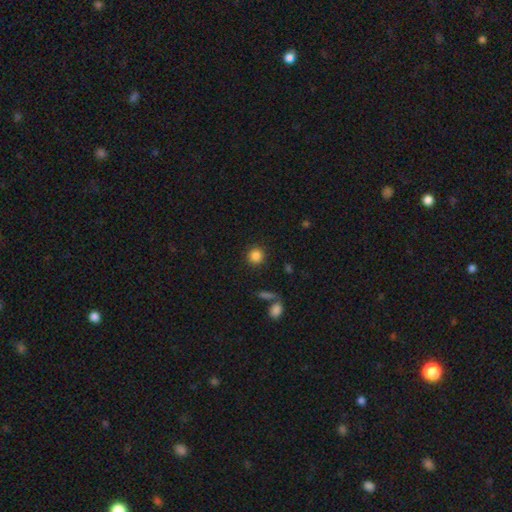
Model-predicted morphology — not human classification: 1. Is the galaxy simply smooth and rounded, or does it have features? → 86% smooth, 10% star or artifact, 4% featured or disk.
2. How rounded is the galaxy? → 92% round, 7% in between, 1% cigar-shaped.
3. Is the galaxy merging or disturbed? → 89% none, 6% minor disturbance, 3% major disturbance, 2% merger.